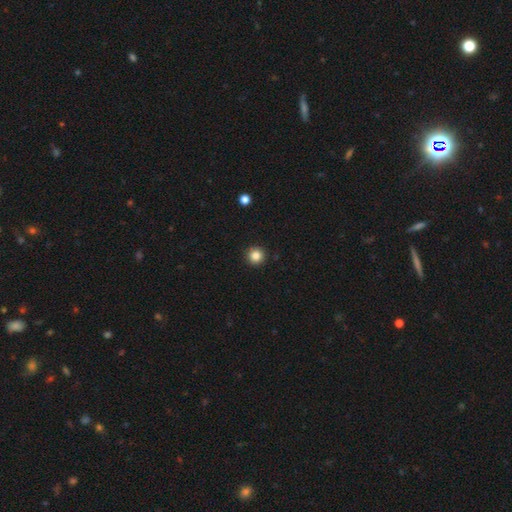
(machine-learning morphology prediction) This is clearly a smooth galaxy (84%). How rounded: clearly round (96%). Merging: clearly none (93%).